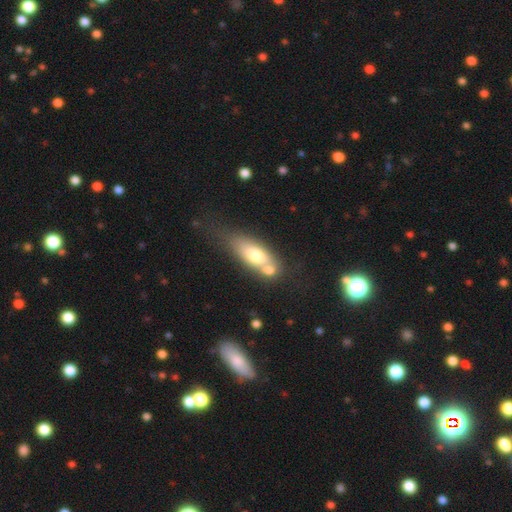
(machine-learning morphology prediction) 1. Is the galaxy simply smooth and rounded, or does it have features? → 64% smooth, 28% featured or disk, 7% star or artifact.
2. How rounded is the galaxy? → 73% in between, 22% cigar-shaped, 5% round.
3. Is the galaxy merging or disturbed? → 42% merger, 35% none, 16% minor disturbance, 8% major disturbance.